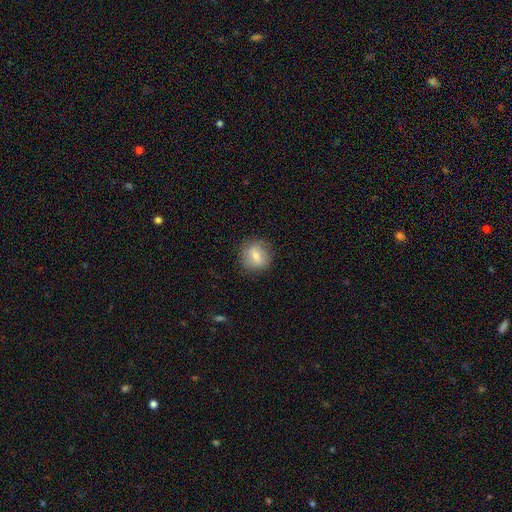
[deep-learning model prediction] This appears to be a smooth galaxy with no disk features (67%) that is round (80%). Merging: none (86%).